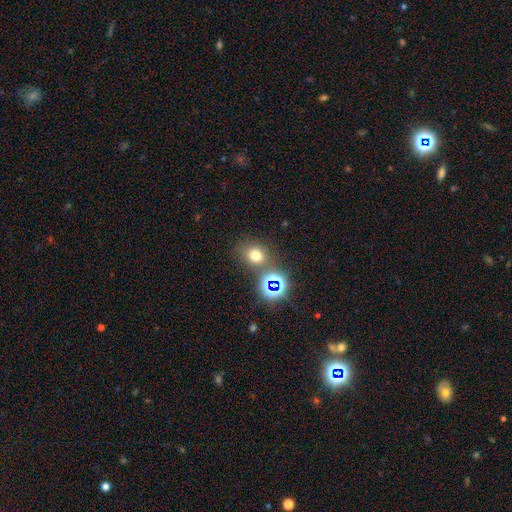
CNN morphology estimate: smooth 65%, star or artifact 26%, featured or disk 9%. Down the decision tree: how rounded — round (72%); merging — none (71%).